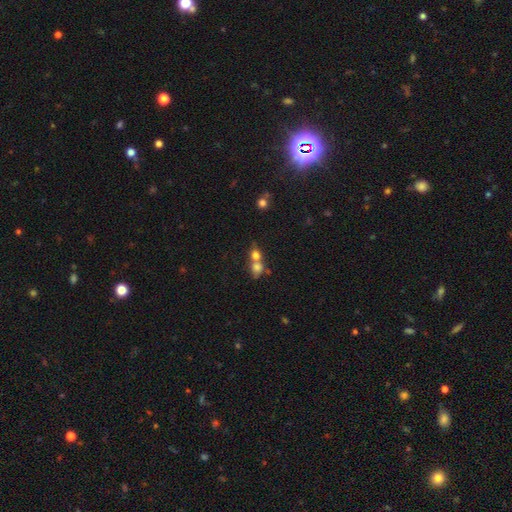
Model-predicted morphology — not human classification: This appears to be a smooth galaxy with no disk features (71%) that is round (67%). Merging: merger (65%).